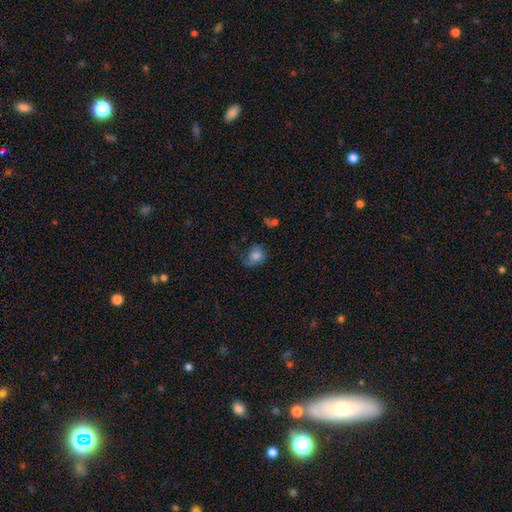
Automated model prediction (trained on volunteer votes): smooth_or_featured: smooth (p=0.79) [alt: star or artifact p=0.10]
how_rounded: round (p=0.57) [alt: in between p=0.42]
merging: none (p=0.51) [alt: minor disturbance p=0.31]